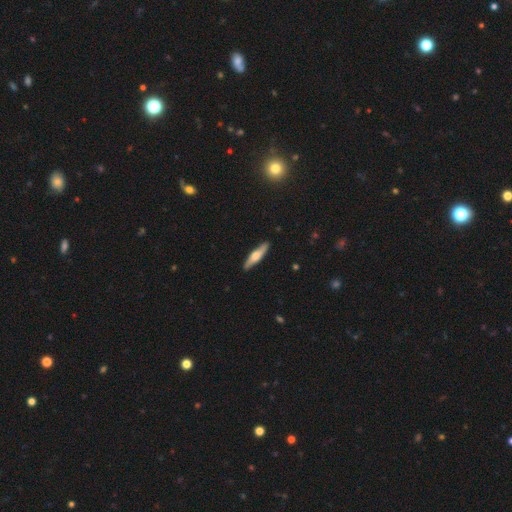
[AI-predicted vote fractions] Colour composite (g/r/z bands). It shows a smooth galaxy with no disk features (47%, tied with featured or disk). Merging: none (89%).